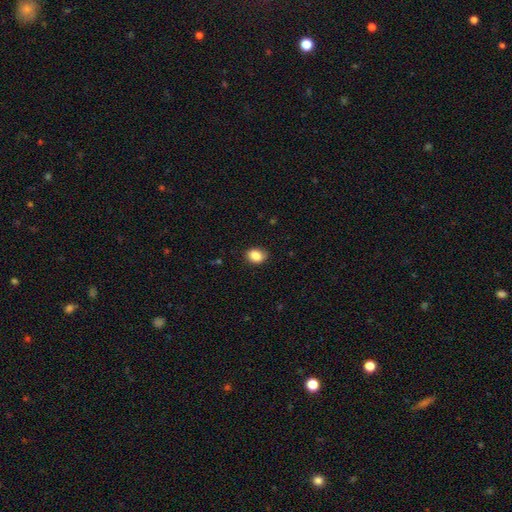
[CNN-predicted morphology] Q: Smooth or featured?
A: smooth (88%); runner-up: star or artifact (8%)
Q: How rounded?
A: in between (68%); runner-up: round (31%)
Q: Merging?
A: none (82%); runner-up: minor disturbance (14%)